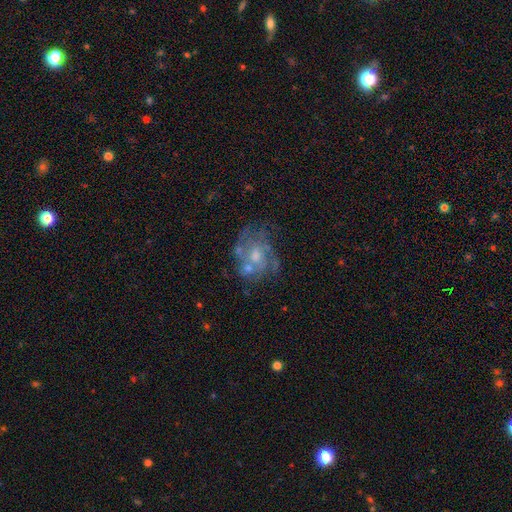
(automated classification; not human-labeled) Overall: featured or disk (75%). Edge-on disk: no (97%). Bar: no (71%). Spiral arms: yes (76%). Spiral arm count: can't tell (40%; 3 22%). Spiral winding: medium (43%; tight 40%). Bulge size: moderate (56%; small 33%). Merging: none (53%; minor disturbance 19%).